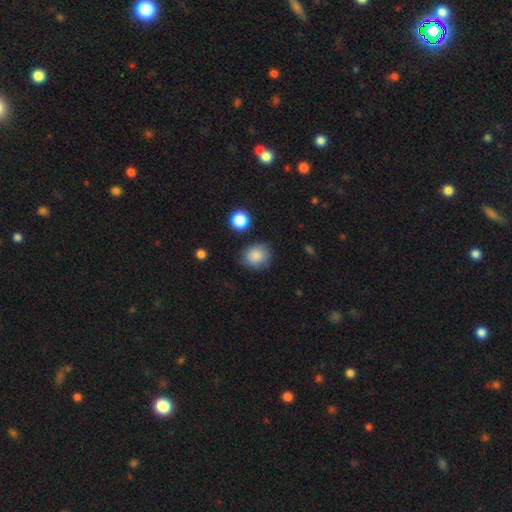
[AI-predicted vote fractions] A smooth galaxy with no disk features (86%) that is round (74%). Merging: none (80%).